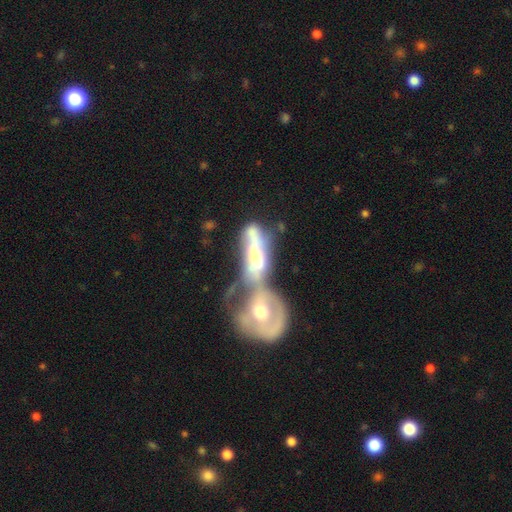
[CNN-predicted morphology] Smooth or featured? Predicted: featured or disk (p=0.64). Edge-on disk? Predicted: no (p=0.80). Bar? Predicted: no (p=0.57). Spiral arms? Predicted: no (p=0.60). Bulge size? Predicted: moderate (p=0.52). Merging? Predicted: merger (p=0.73).